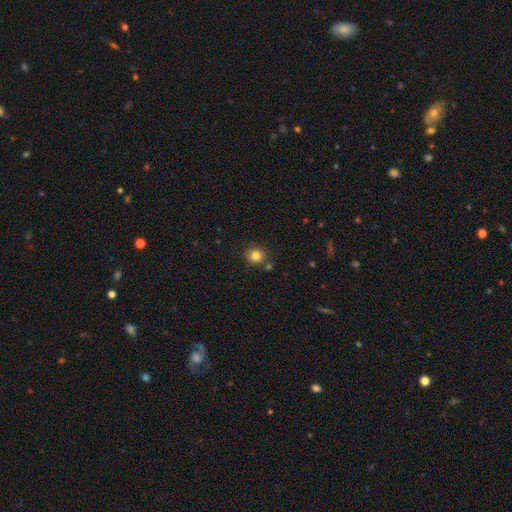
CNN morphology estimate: smooth-or-featured: smooth: 82% | star or artifact: 11% | featured or disk: 6%
  how-rounded: round: 89% | in between: 11% | cigar-shaped: 1%
  merging: none: 80% | minor disturbance: 10% | merger: 7% | major disturbance: 3%